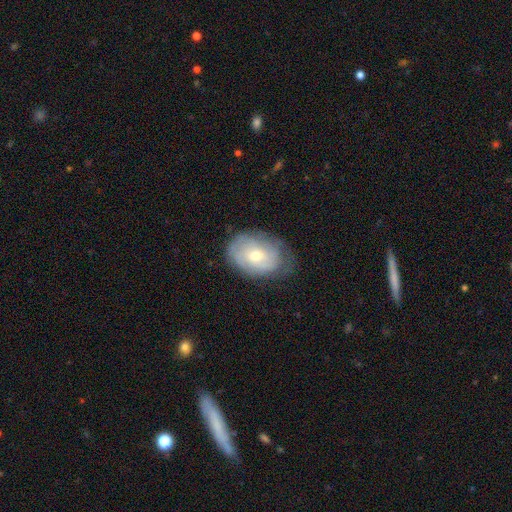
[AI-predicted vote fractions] This appears to be a featured or disk galaxy (48%). Merging: none (62%).